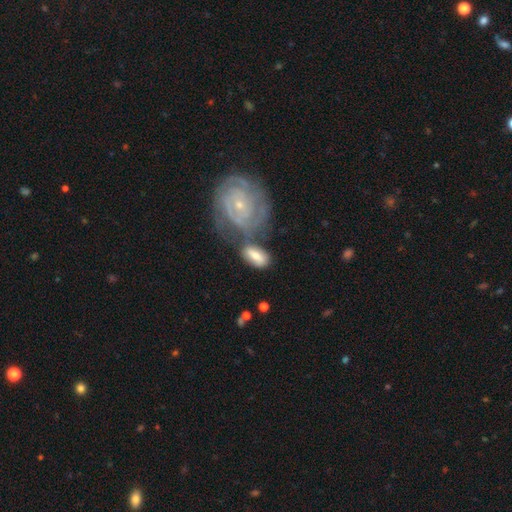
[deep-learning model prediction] The model was most divided on "merging": none: 43%, merger: 28%, minor disturbance: 19%, major disturbance: 10%. More confident: how rounded — in between (87%); smooth or featured — smooth (58%).